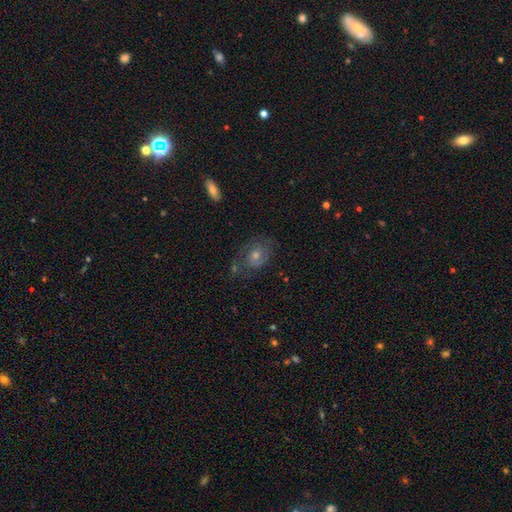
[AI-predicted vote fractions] smooth-or-featured: featured or disk: 62% | smooth: 21% | star or artifact: 16%
  disk-edge-on: no: 96% | yes: 4%
    bar: no: 71% | weak: 25% | strong: 4%
    has-spiral-arms: yes: 82% | no: 18%
    bulge-size: moderate: 55% | small: 36% | large: 5% | none: 2% | dominant: 1%
  merging: none: 66% | minor disturbance: 18% | major disturbance: 12% | merger: 4%